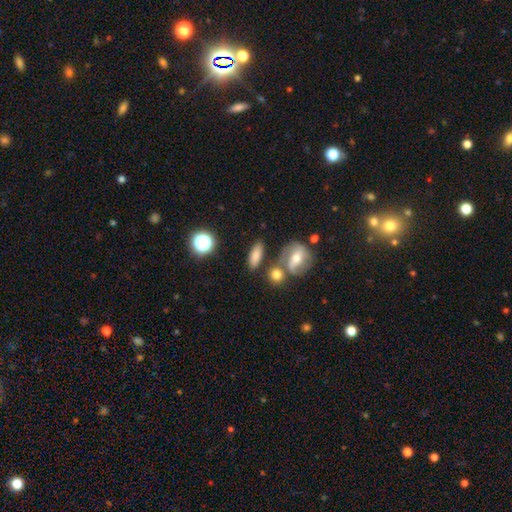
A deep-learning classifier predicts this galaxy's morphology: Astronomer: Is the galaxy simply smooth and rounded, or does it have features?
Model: smooth — 73%.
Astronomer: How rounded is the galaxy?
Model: in between — 69%.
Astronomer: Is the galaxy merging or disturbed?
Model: none — 70%.